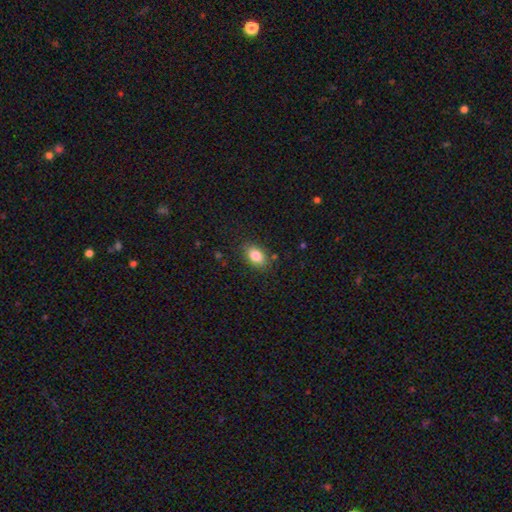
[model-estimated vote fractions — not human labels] smooth 84%, star or artifact 8%, featured or disk 8%. Down the decision tree: how rounded — in between (85%); merging — none (83%).